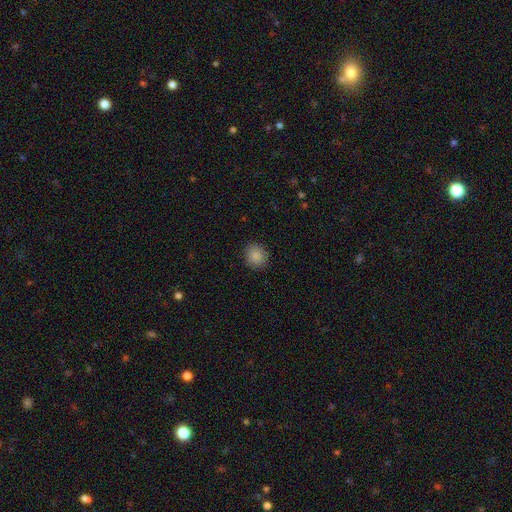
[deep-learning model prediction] smooth-or-featured: smooth: 87% | star or artifact: 9% | featured or disk: 4%
  how-rounded: round: 79% | in between: 20% | cigar-shaped: 1%
  merging: none: 89% | minor disturbance: 8% | major disturbance: 2% | merger: 1%